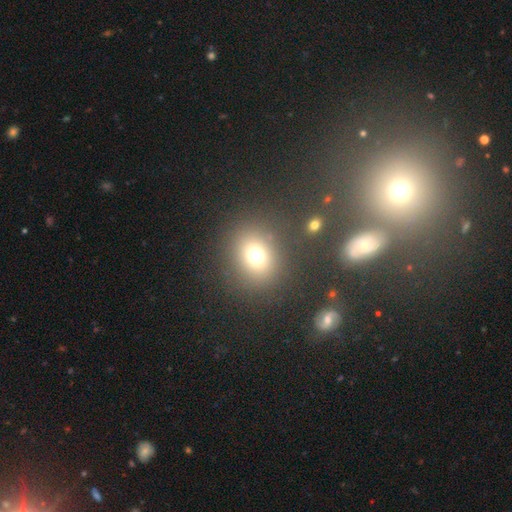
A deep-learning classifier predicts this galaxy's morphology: This is likely a smooth galaxy (72%). How rounded: likely round (74%). Merging: clearly none (80%).